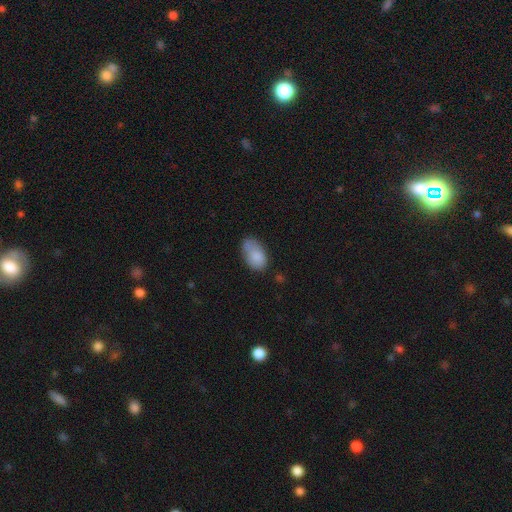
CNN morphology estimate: type=smooth (82%); roundness=in between (93%); merging=none (54%).